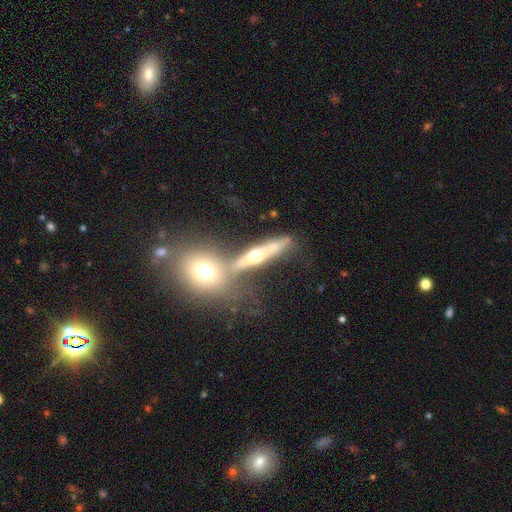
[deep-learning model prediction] A featured or disk galaxy (61%) viewed edge-on (84%) with a rounded central bulge (92%). Merging: none (56%).